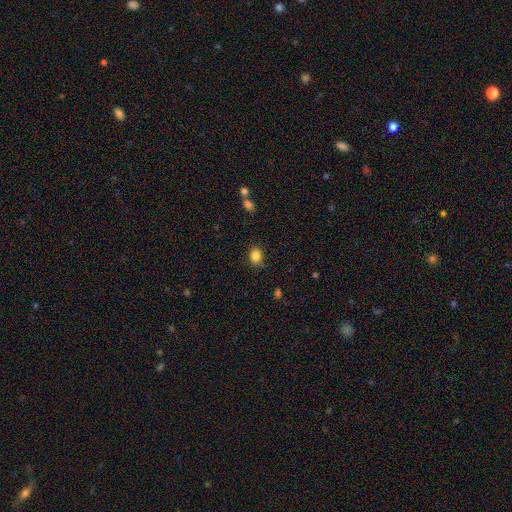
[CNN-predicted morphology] type=smooth (85%); roundness=round (58%); merging=none (77%).